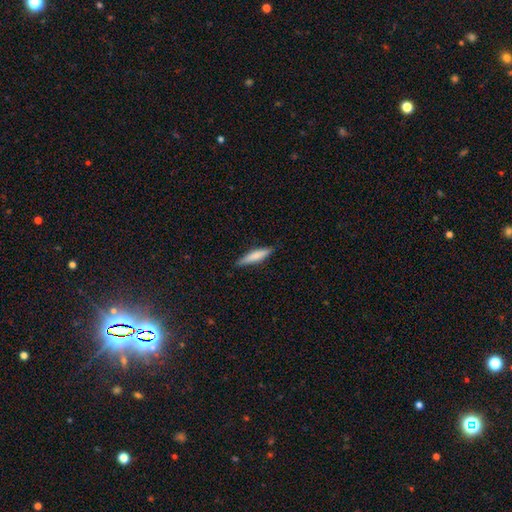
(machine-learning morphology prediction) Smooth or featured: smooth — 72% (featured or disk — 22%)
How rounded: cigar-shaped — 82% (in between — 17%)
Merging: none — 88% (minor disturbance — 9%)